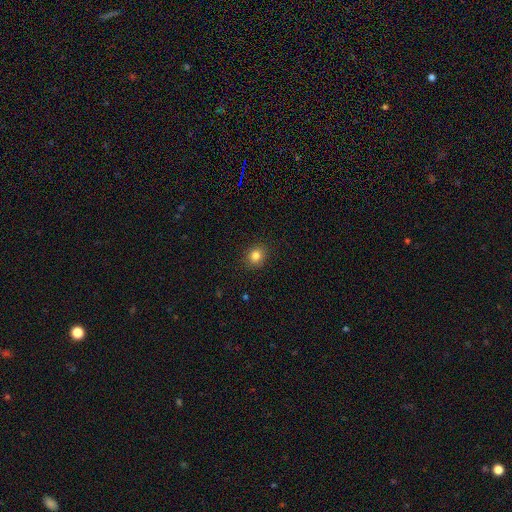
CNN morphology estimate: smooth 83%, star or artifact 11%, featured or disk 6%. Down the decision tree: how rounded — round (69%); merging — none (90%).